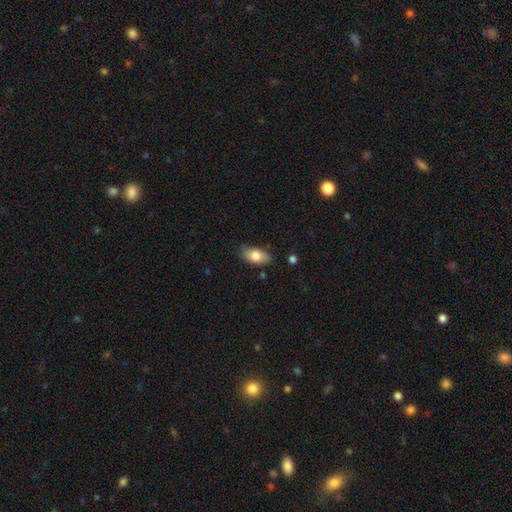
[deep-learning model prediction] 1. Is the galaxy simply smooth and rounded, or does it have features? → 78% smooth, 15% featured or disk, 7% star or artifact.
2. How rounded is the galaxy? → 92% in between, 4% cigar-shaped, 4% round.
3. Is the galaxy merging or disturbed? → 79% none, 16% minor disturbance, 3% major disturbance, 2% merger.